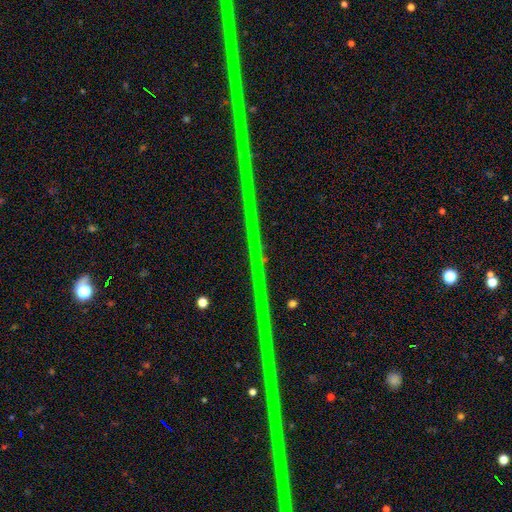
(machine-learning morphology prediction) Q: Smooth or featured?
A: star or artifact (89%); runner-up: featured or disk (7%)